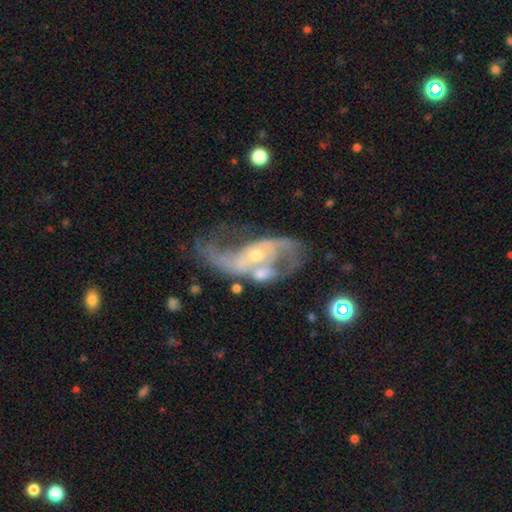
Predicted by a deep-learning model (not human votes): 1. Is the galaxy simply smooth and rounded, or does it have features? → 83% featured or disk, 9% smooth, 7% star or artifact.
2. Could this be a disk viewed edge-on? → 95% no, 5% yes.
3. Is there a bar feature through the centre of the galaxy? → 52% no, 33% weak, 15% strong.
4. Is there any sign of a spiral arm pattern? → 86% yes, 14% no.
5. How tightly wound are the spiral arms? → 59% loose, 32% medium, 10% tight.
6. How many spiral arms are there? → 78% 2, 10% can't tell, 6% 1, 3% 3, 2% 4, 1% more than 4.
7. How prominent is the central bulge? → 54% small, 40% moderate, 3% none, 3% large, 1% dominant.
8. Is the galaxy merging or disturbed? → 35% none, 26% major disturbance, 23% merger, 16% minor disturbance.